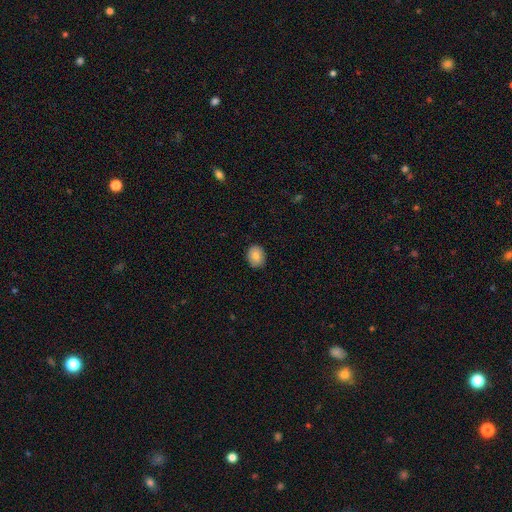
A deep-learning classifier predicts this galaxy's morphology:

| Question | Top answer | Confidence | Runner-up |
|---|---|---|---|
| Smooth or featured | smooth | 82% | featured or disk (10%) |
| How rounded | round | 54% | in between (45%) |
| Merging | none | 88% | minor disturbance (9%) |